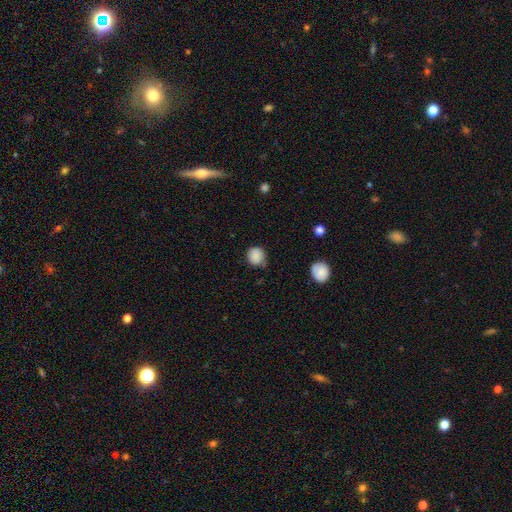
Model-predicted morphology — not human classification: smooth_or_featured: smooth (p=0.87) [alt: star or artifact p=0.09]
how_rounded: round (p=0.85) [alt: in between p=0.14]
merging: none (p=0.74) [alt: minor disturbance p=0.19]